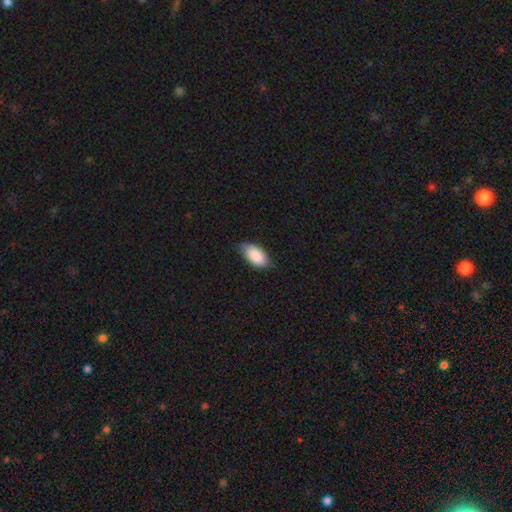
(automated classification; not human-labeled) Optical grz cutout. It shows a smooth galaxy with no disk features (87%) that is in between round and cigar-shaped (94%). Merging: none (70%).